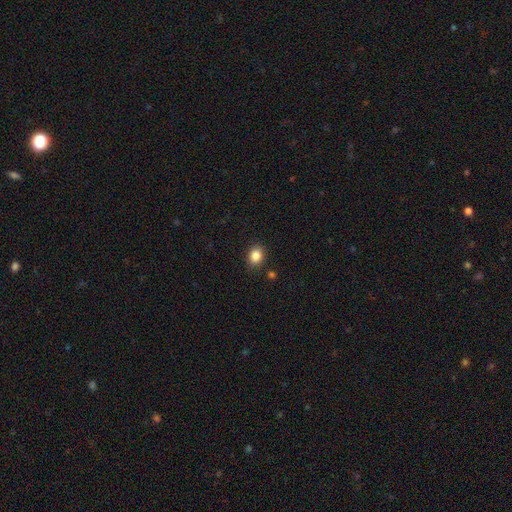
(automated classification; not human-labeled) This is clearly a smooth galaxy (85%). How rounded: possibly round (54%). Merging: clearly none (86%).